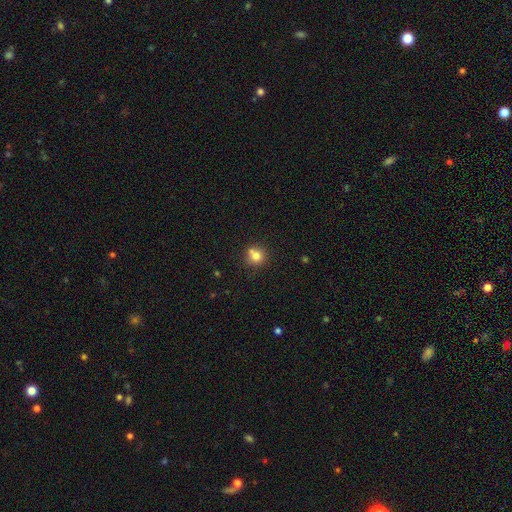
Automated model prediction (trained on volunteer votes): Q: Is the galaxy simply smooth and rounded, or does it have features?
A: smooth — 76%.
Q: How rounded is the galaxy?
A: round — 88%.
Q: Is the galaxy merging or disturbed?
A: none — 59%.